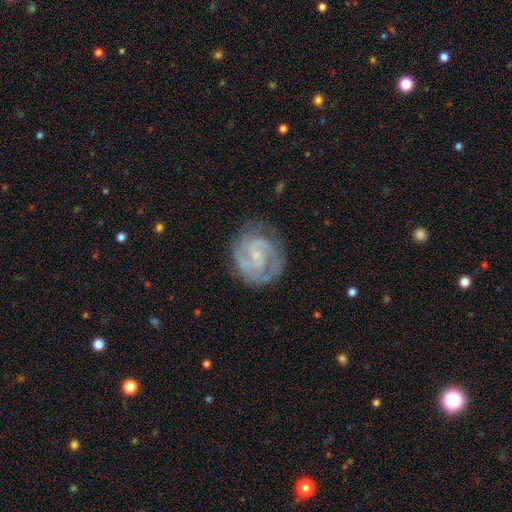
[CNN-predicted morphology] Smooth or featured? featured or disk (85%)
Edge-on disk? no (98%)
Bar? no (55%)
Spiral arms? yes (95%)
Spiral winding? tight (53%)
Spiral arm count? 2 (60%)
Bulge size? small (76%)
Merging? none (72%)